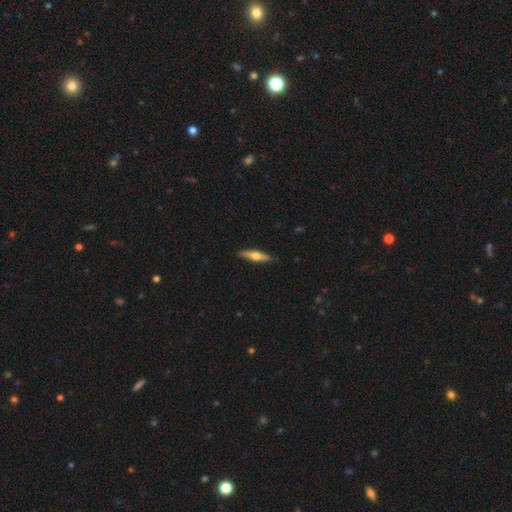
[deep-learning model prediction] This appears to be a featured or disk galaxy (48%). Merging: none (89%).